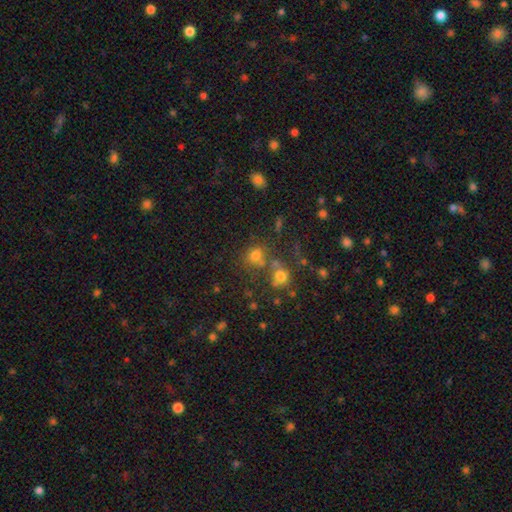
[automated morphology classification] smooth 71%, star or artifact 18%, featured or disk 11%. Down the decision tree: how rounded — round (71%); merging — none (52%).